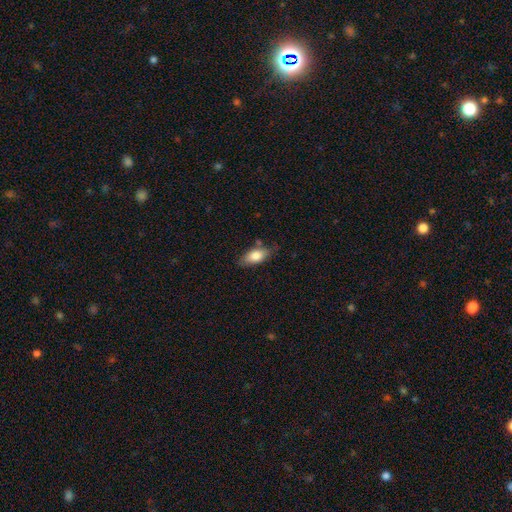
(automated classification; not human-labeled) smooth_or_featured: smooth (p=0.78) [alt: featured or disk p=0.15]
how_rounded: in between (p=0.86) [alt: cigar-shaped p=0.10]
merging: none (p=0.73) [alt: minor disturbance p=0.20]